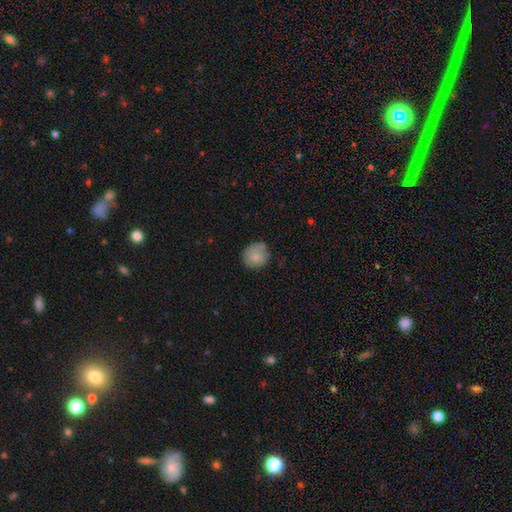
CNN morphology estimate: The model was most divided on "merging": none: 66%, minor disturbance: 26%, major disturbance: 5%, merger: 2%. More confident: smooth or featured — smooth (81%); how rounded — round (79%).